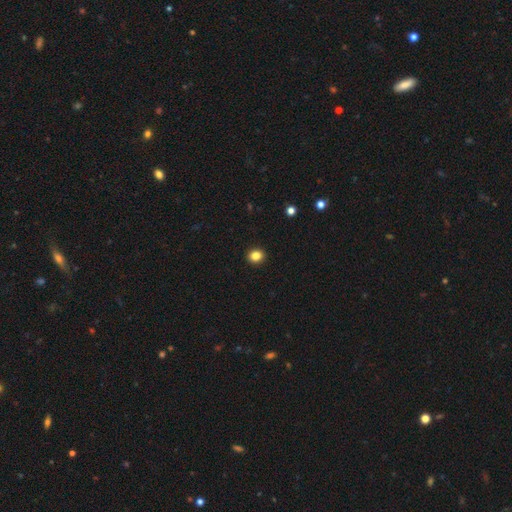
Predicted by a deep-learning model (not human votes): Smooth or featured? smooth (85%)
How rounded? round (71%)
Merging? none (93%)